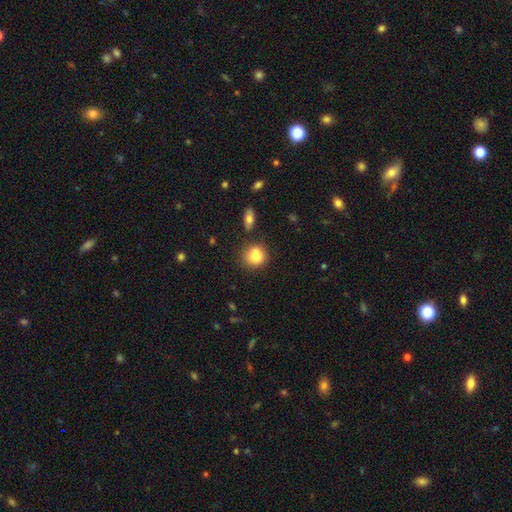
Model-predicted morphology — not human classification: smooth_or_featured: smooth (p=0.78) [alt: featured or disk p=0.13]
how_rounded: round (p=0.75) [alt: in between p=0.23]
merging: none (p=0.54) [alt: merger p=0.27]